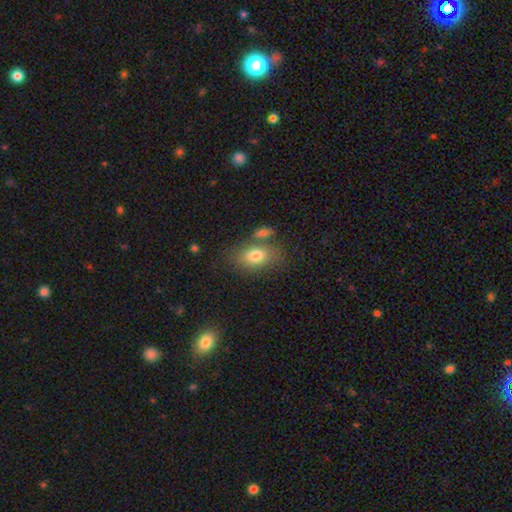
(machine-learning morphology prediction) A smooth galaxy with no disk features (78%) that is in between round and cigar-shaped (85%).

Vote fractions:
- Smooth or featured? smooth: 78% / featured or disk: 13% / star or artifact: 9%
- How rounded? in between: 85% / round: 13% / cigar-shaped: 2%
- Merging? none: 61% / merger: 19% / minor disturbance: 15% / major disturbance: 6%